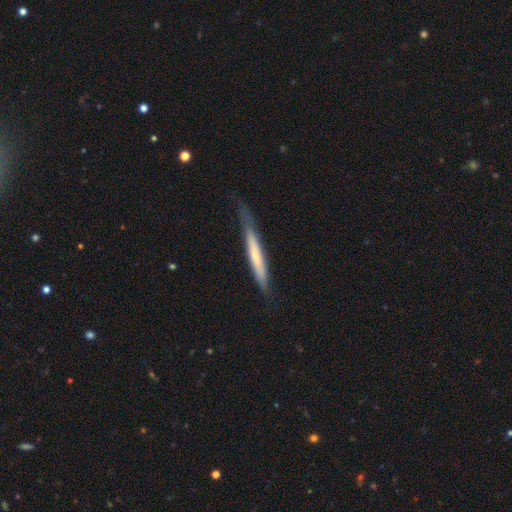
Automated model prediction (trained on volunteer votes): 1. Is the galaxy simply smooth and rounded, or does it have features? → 53% smooth, 42% featured or disk, 6% star or artifact.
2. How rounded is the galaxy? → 95% cigar-shaped, 3% in between, 1% round.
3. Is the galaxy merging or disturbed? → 65% none, 26% minor disturbance, 7% major disturbance, 2% merger.